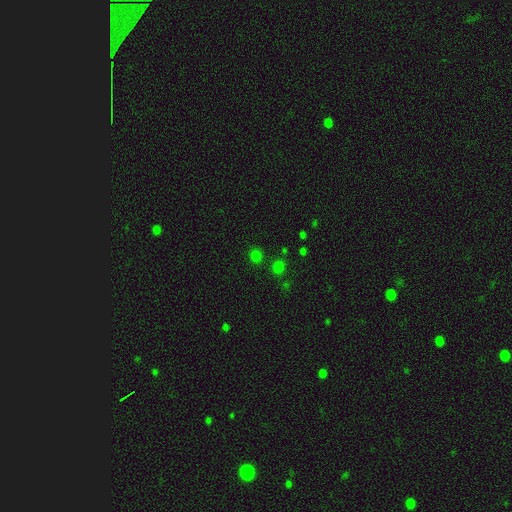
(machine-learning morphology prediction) The model was most divided on "smooth or featured": smooth: 70%, star or artifact: 26%, featured or disk: 4%. More confident: merging — none (85%); how rounded — round (84%).